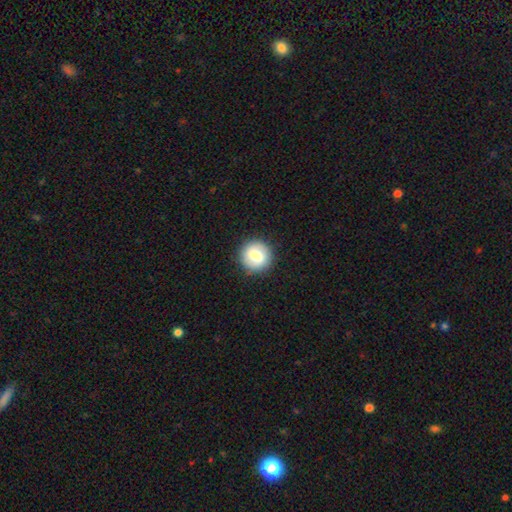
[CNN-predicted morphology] Smooth or featured?
  - smooth: 73% *
  - featured or disk: 20%
  - star or artifact: 7%
How rounded?
  - round: 90% *
  - in between: 9%
  - cigar-shaped: 1%
Merging?
  - none: 89% *
  - minor disturbance: 8%
  - major disturbance: 3%
  - merger: 1%